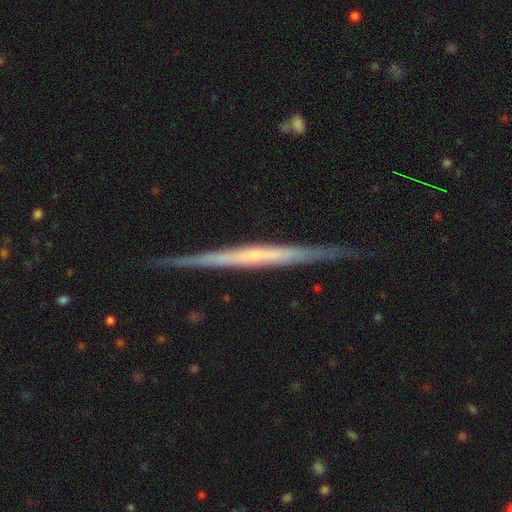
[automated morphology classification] featured or disk 74%, smooth 20%, star or artifact 5%. Down the decision tree: edge-on disk — yes (98%); edge-on bulge — none (73%); merging — none (87%).